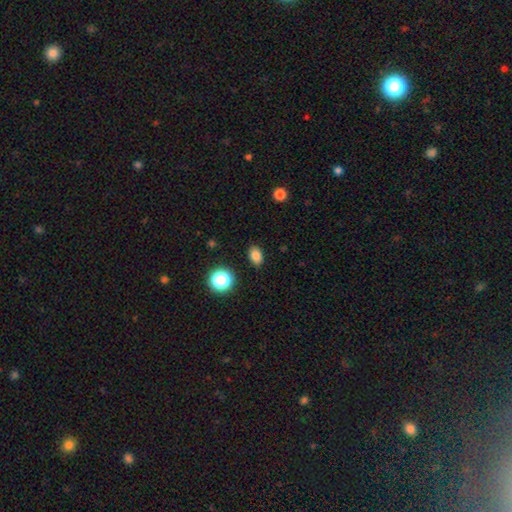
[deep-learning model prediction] Smooth or featured? smooth (82%)
How rounded? in between (77%)
Merging? none (87%)